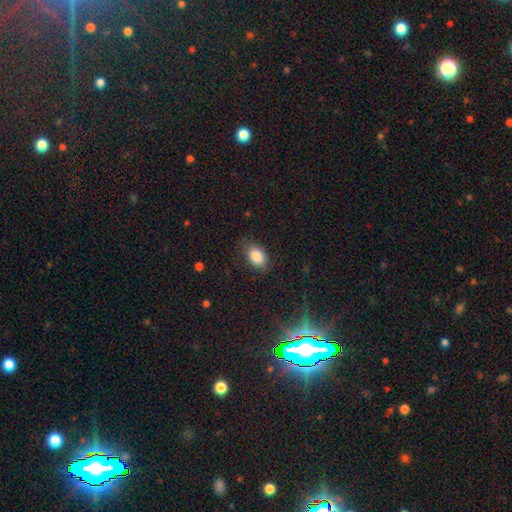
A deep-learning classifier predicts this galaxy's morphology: This is clearly a smooth galaxy (85%). How rounded: clearly in between (87%). Merging: likely none (77%).